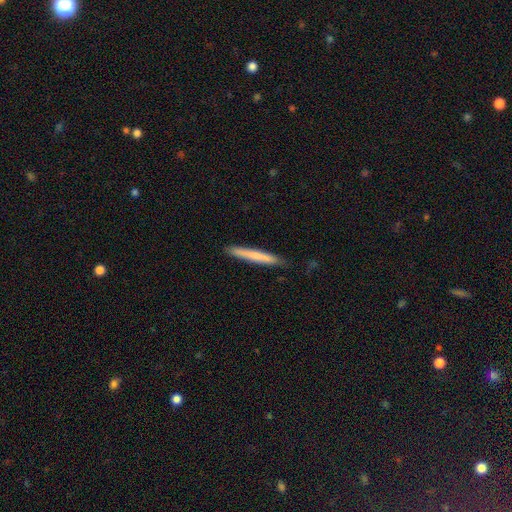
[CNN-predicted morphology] This appears to be a smooth galaxy with no disk features (70%) that is cigar-shaped (97%). Merging: none (87%).